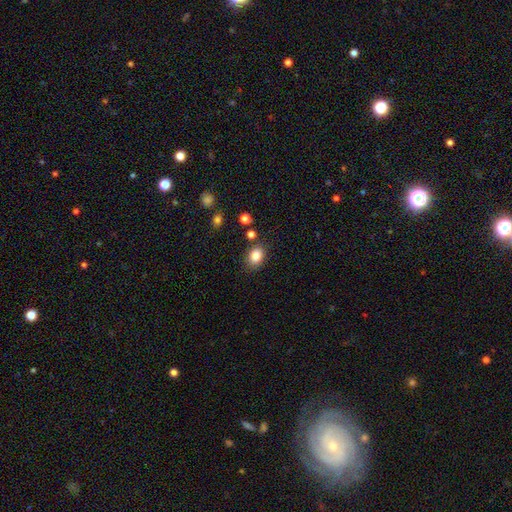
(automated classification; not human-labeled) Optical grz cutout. It shows a smooth galaxy with no disk features (85%) that is in between round and cigar-shaped (67%). Merging: none (81%).